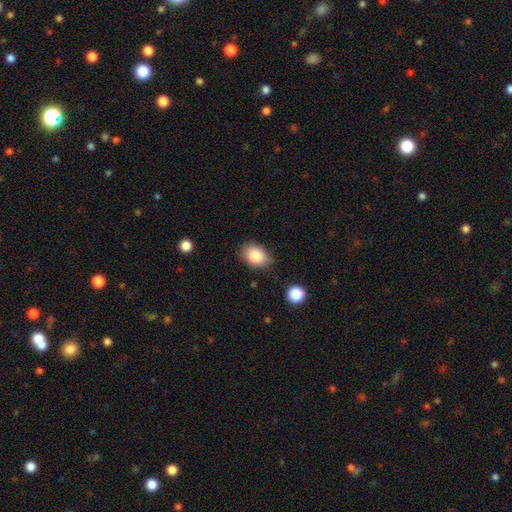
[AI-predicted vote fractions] This appears to be a smooth galaxy with no disk features (86%) that is in between round and cigar-shaped (75%). Merging: none (78%).